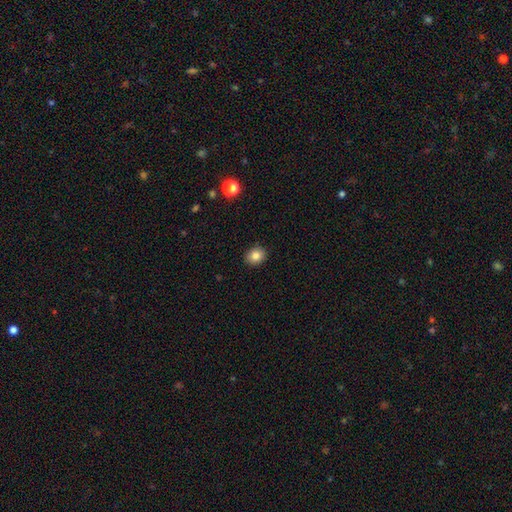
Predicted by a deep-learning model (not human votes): Overall: smooth (83%). How rounded: round (66%; in between 33%). Merging: none (90%).